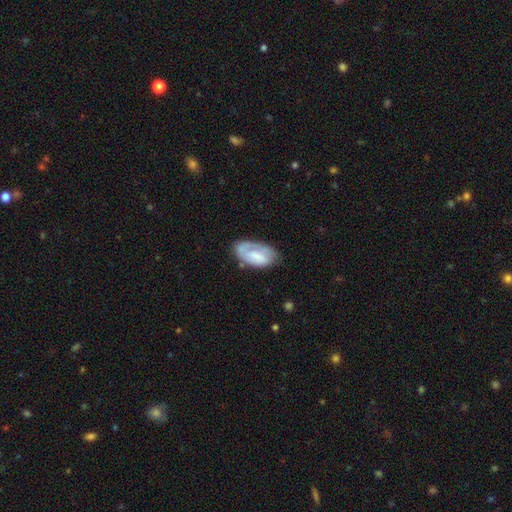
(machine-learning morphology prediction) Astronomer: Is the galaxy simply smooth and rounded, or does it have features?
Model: smooth — 53% (runner-up: featured or disk, 41%).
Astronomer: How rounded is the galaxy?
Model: in between — 94%.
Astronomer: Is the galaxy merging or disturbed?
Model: none — 57%.